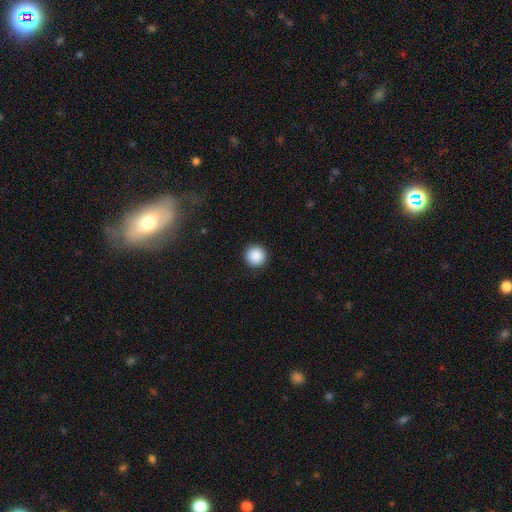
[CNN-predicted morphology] This appears to be a smooth galaxy with no disk features (89%) that is round (96%). Merging: none (93%).